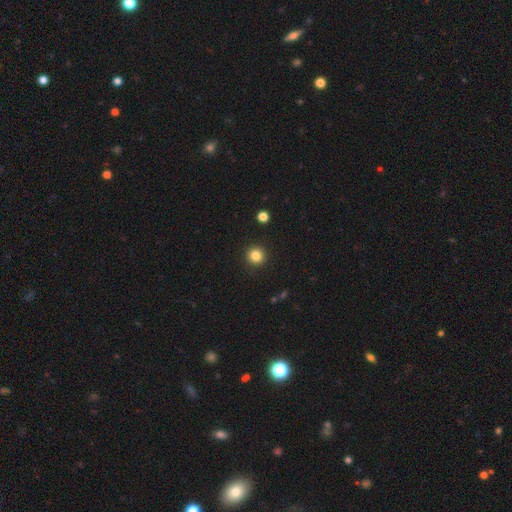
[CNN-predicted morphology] A smooth galaxy with no disk features (84%) that is round (95%). Merging: none (92%).